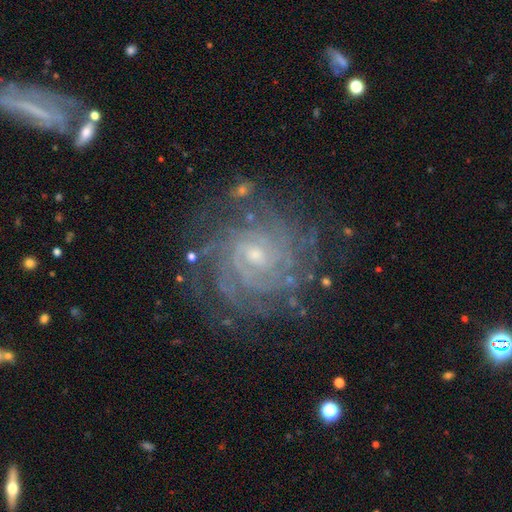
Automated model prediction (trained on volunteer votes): This is clearly a featured or disk galaxy (88%). It is clearly not viewed edge-on (98%). Bar: possibly no (46%). Spiral arm pattern: clearly yes (97%). Spiral arm count: marginally can't tell (32%). Spiral winding: likely tight (79%). Central bulge: likely small (64%). Merging: likely none (77%).